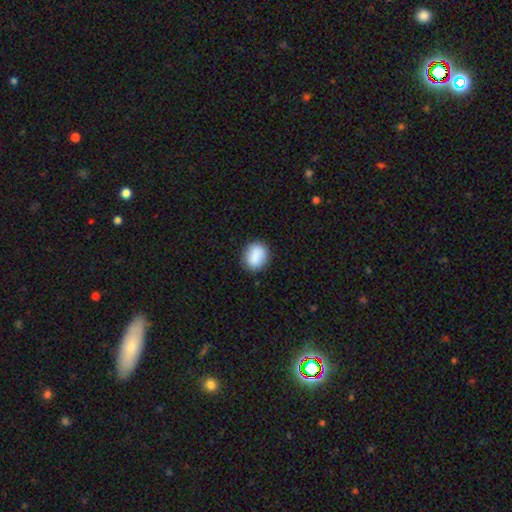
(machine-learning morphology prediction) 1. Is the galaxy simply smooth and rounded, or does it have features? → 87% smooth, 8% star or artifact, 6% featured or disk.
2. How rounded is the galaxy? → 51% round, 47% in between, 1% cigar-shaped.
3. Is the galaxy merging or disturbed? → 84% none, 12% minor disturbance, 3% major disturbance, 1% merger.